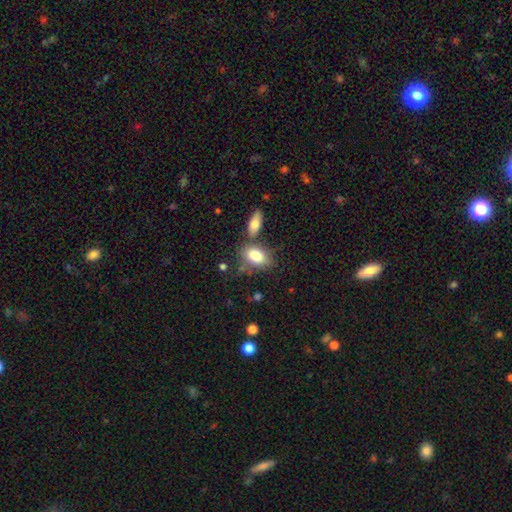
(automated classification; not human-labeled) Smooth or featured? Predicted: smooth (p=0.81). How rounded? Predicted: in between (p=0.88). Merging? Predicted: none (p=0.58).